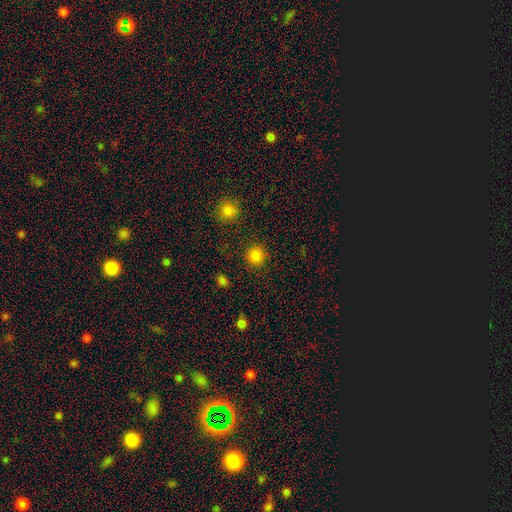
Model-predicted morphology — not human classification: Smooth or featured? Predicted: smooth (p=0.85). How rounded? Predicted: round (p=0.94). Merging? Predicted: none (p=0.90).